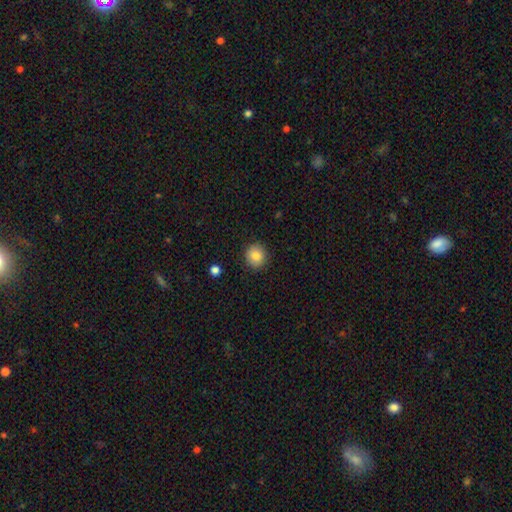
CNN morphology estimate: Smooth or featured: smooth — 84% (star or artifact — 9%)
How rounded: round — 88% (in between — 11%)
Merging: none — 90% (minor disturbance — 7%)